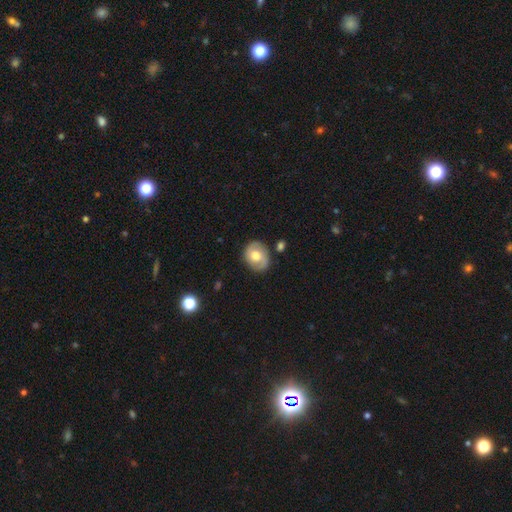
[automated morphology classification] type=featured or disk (47%); merging=none (78%).